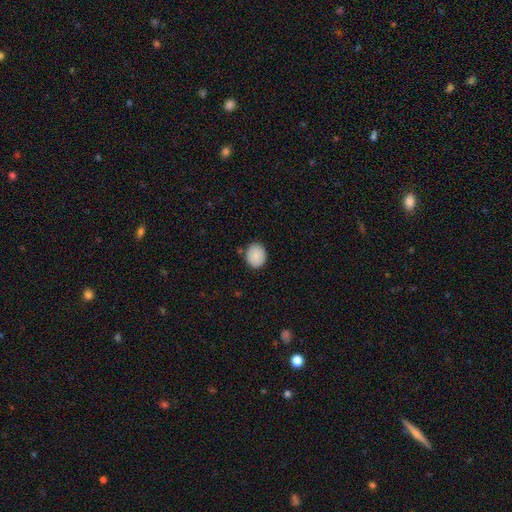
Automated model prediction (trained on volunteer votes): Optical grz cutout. It shows a smooth galaxy with no disk features (89%) that is round (66%). Merging: none (83%).